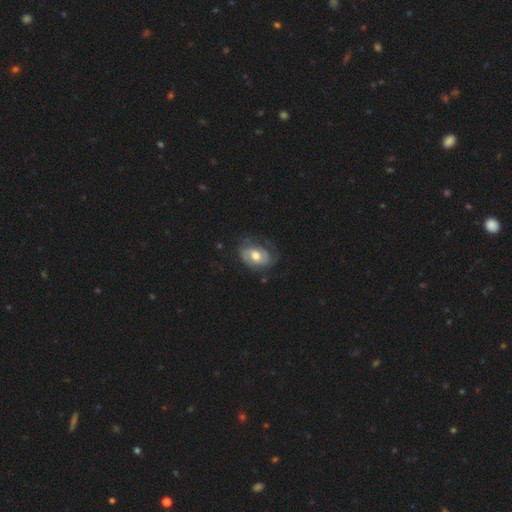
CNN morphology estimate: Smooth or featured: featured or disk — 65% (smooth — 29%)
Edge-on disk: no — 96% (yes — 4%)
Bar: no — 62% (weak — 30%)
Spiral arms: yes — 80% (no — 20%)
Spiral winding: tight — 49% (medium — 34%)
Spiral arm count: 2 — 53% (can't tell — 26%)
Bulge size: moderate — 69% (large — 18%)
Merging: none — 59% (minor disturbance — 24%)